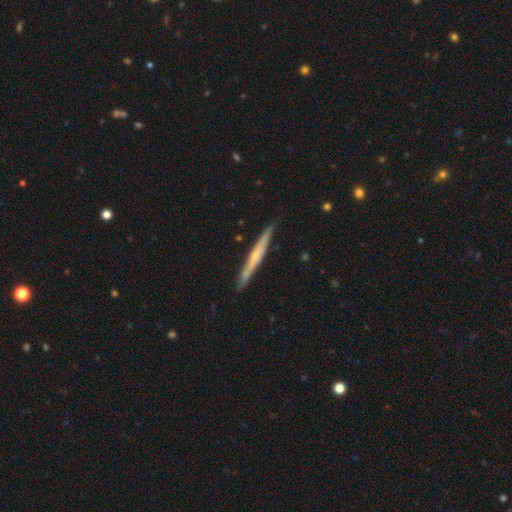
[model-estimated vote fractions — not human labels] smooth-or-featured: featured or disk: 63% | smooth: 32% | star or artifact: 5%
  disk-edge-on: yes: 96% | no: 4%
    edge-on-bulge: rounded: 48% | none: 45% | boxy: 6%
  merging: none: 88% | minor disturbance: 9% | major disturbance: 1% | merger: 1%